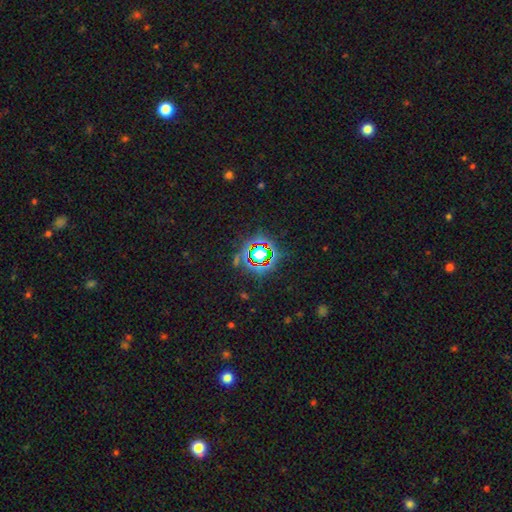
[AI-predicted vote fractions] Smooth or featured? star or artifact (74%)